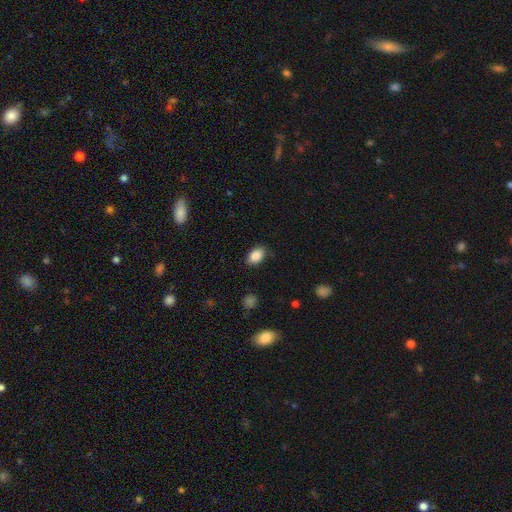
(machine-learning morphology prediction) This is clearly a smooth galaxy (87%). How rounded: clearly in between (87%). Merging: clearly none (85%).